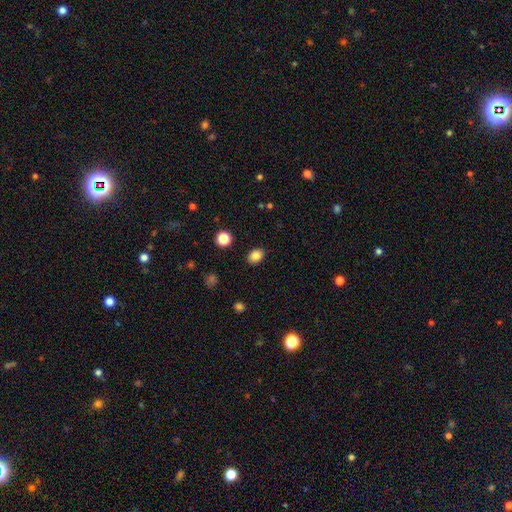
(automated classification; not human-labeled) Smooth or featured? Predicted: smooth (p=0.84). How rounded? Predicted: in between (p=0.62). Merging? Predicted: none (p=0.89).